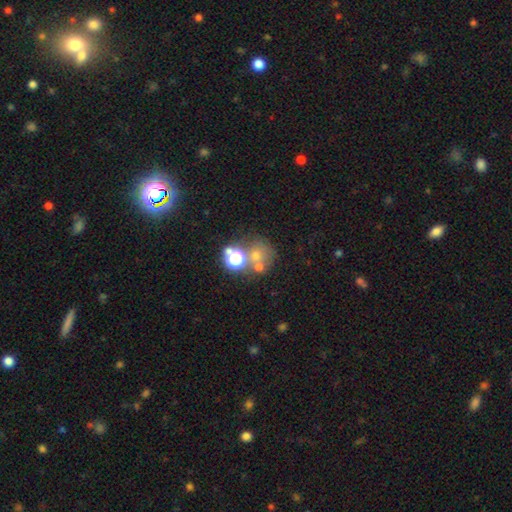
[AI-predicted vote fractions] Smooth or featured? Predicted: smooth (p=0.53). How rounded? Predicted: round (p=0.81). Merging? Predicted: none (p=0.50).